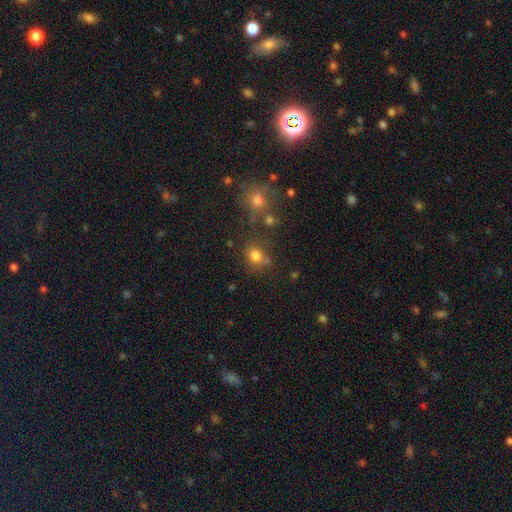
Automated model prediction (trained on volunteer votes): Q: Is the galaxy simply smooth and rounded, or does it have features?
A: smooth — 77%.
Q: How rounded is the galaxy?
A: round — 68%.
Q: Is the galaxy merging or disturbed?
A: none — 65%.